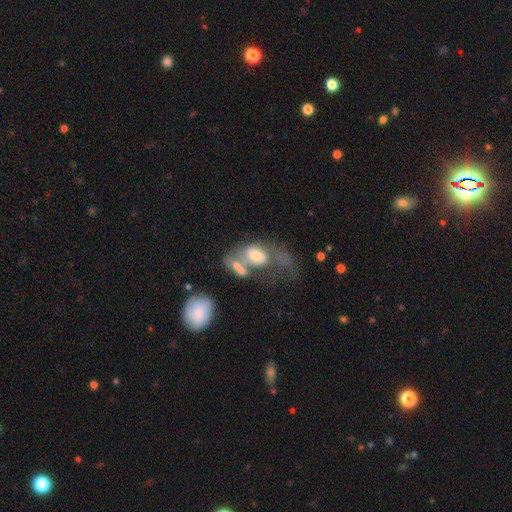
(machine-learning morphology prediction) Overall: featured or disk (46%; smooth 45%). Merging: merger (48%; major disturbance 31%).